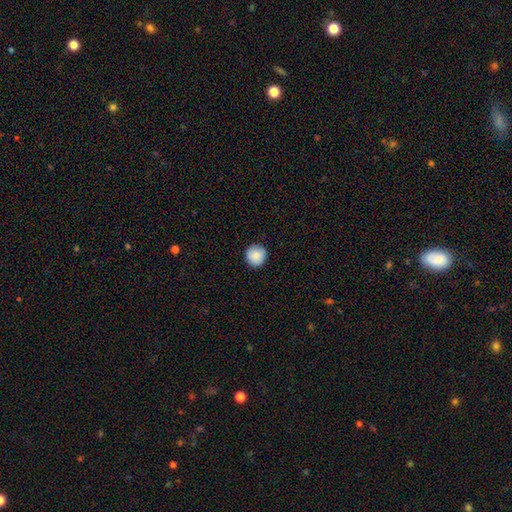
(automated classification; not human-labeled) Smooth or featured? smooth (86%)
How rounded? round (95%)
Merging? none (90%)